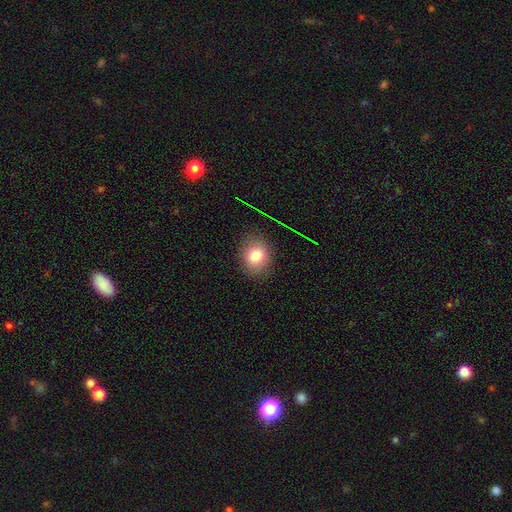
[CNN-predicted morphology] smooth 78%, star or artifact 13%, featured or disk 10%. Down the decision tree: how rounded — round (57%); merging — none (87%).